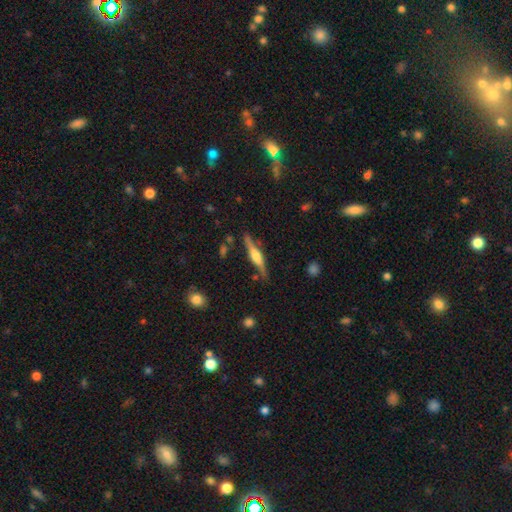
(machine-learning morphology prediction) Smooth or featured: featured or disk — 72% (smooth — 22%)
Edge-on disk: yes — 96% (no — 4%)
Edge-on bulge: rounded — 73% (boxy — 22%)
Merging: none — 82% (minor disturbance — 12%)